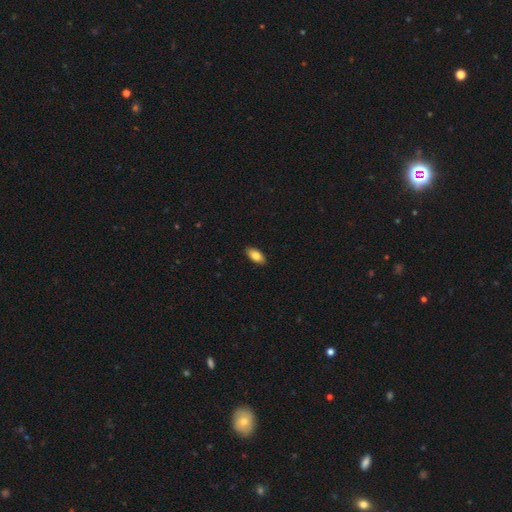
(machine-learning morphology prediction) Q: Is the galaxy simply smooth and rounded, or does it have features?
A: smooth — 82%.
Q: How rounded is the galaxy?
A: in between — 91%.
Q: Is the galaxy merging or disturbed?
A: none — 90%.